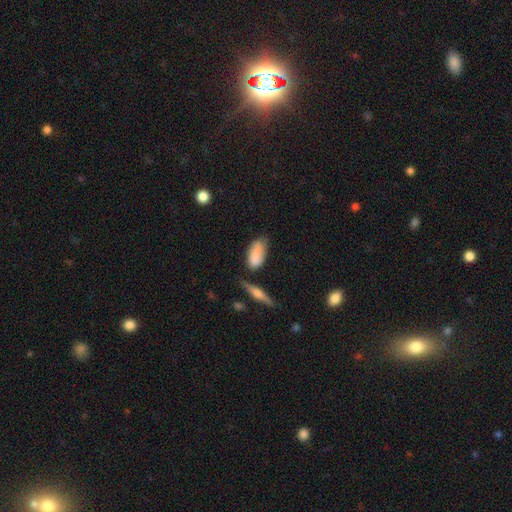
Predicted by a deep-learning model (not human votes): smooth 82%, featured or disk 11%, star or artifact 7%. Down the decision tree: how rounded — in between (90%); merging — none (58%).